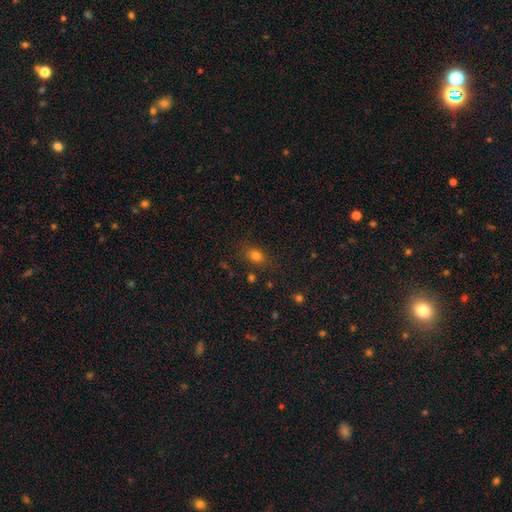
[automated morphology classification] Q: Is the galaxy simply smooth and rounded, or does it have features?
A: smooth — 77%.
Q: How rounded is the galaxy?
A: in between — 57%.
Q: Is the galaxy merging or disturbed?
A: none — 79%.